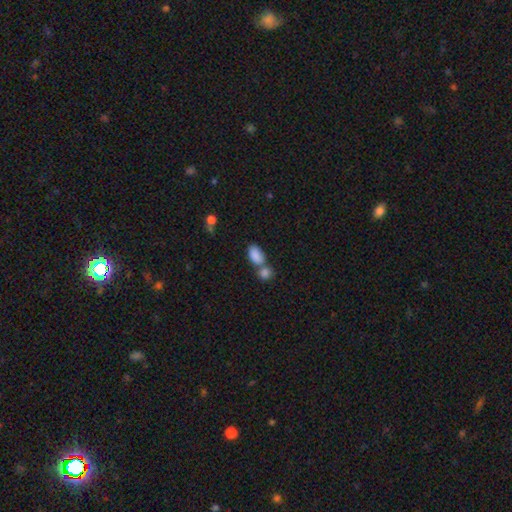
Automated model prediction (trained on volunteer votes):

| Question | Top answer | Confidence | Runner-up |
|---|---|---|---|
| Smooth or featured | smooth | 87% | star or artifact (8%) |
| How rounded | in between | 92% | round (6%) |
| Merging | merger | 47% | none (39%) |